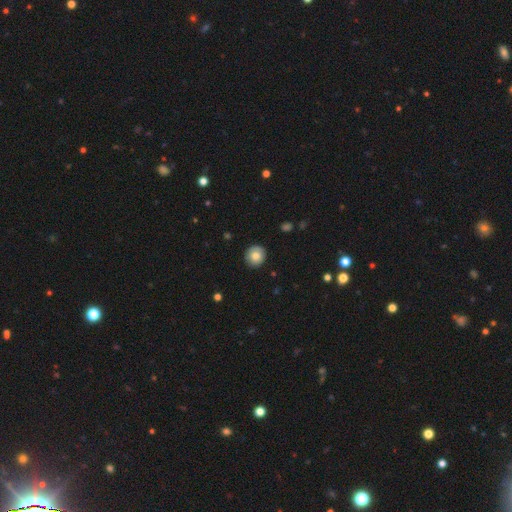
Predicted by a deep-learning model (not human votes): Morphology: type=smooth (78%); roundness=round (93%); merging=none (89%).